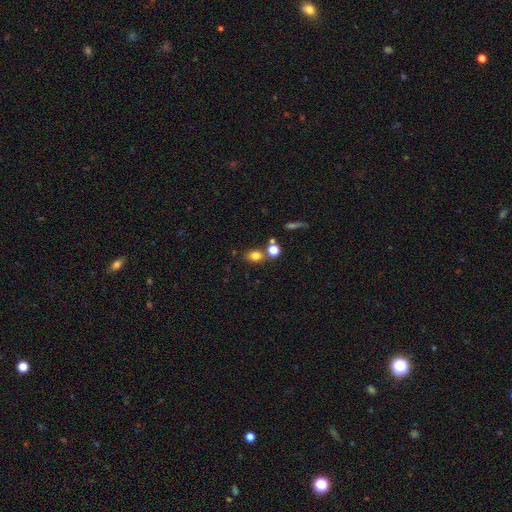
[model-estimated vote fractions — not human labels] Smooth or featured?
  - smooth: 78% *
  - star or artifact: 14%
  - featured or disk: 8%
How rounded?
  - in between: 57% *
  - round: 42%
  - cigar-shaped: 2%
Merging?
  - none: 68% *
  - merger: 18%
  - minor disturbance: 11%
  - major disturbance: 4%